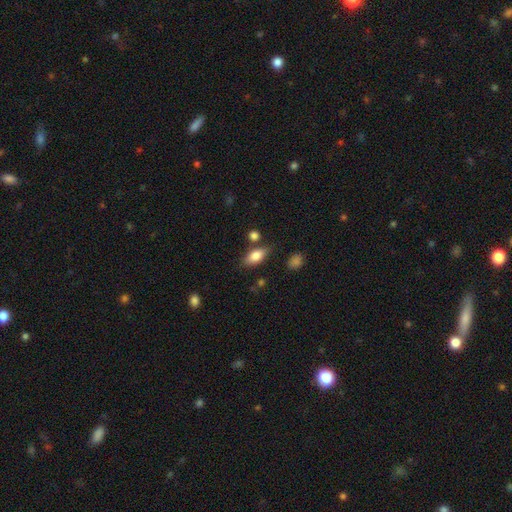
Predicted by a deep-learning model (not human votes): A smooth galaxy with no disk features (80%) that is in between round and cigar-shaped (86%). Merging: none (74%).